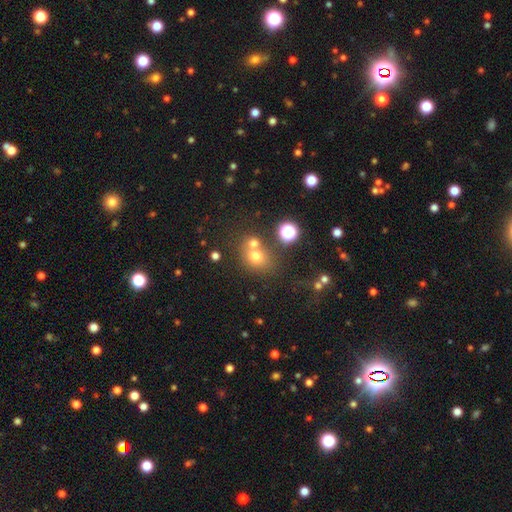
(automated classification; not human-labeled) This is likely a smooth galaxy (67%). How rounded: likely round (72%). Merging: possibly none (49%).